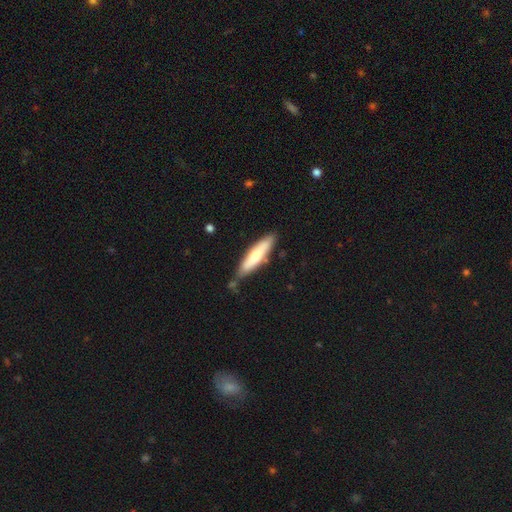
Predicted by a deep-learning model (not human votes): A smooth galaxy with no disk features (65%) that is cigar-shaped (78%). Merging: none (72%).